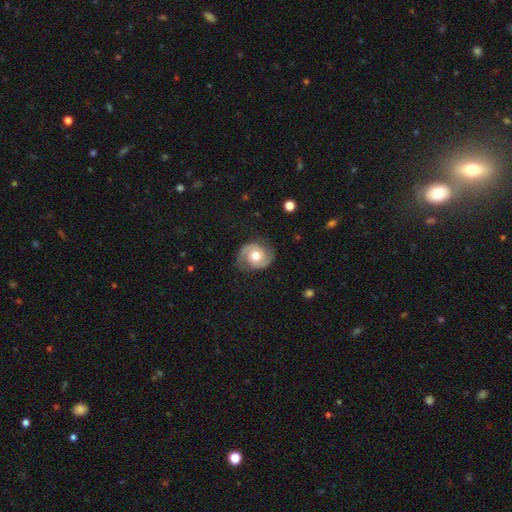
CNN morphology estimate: Smooth or featured? Predicted: featured or disk (p=0.76). Edge-on disk? Predicted: no (p=0.98). Bar? Predicted: no (p=0.71). Spiral arms? Predicted: yes (p=0.93). Spiral winding? Predicted: medium (p=0.47). Spiral arm count? Predicted: 2 (p=0.90). Bulge size? Predicted: moderate (p=0.75). Merging? Predicted: none (p=0.78).